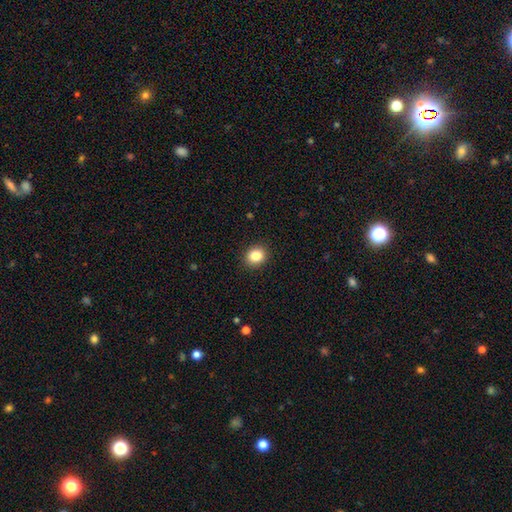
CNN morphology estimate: smooth 85%, star or artifact 10%, featured or disk 5%. Down the decision tree: how rounded — round (69%); merging — none (91%).